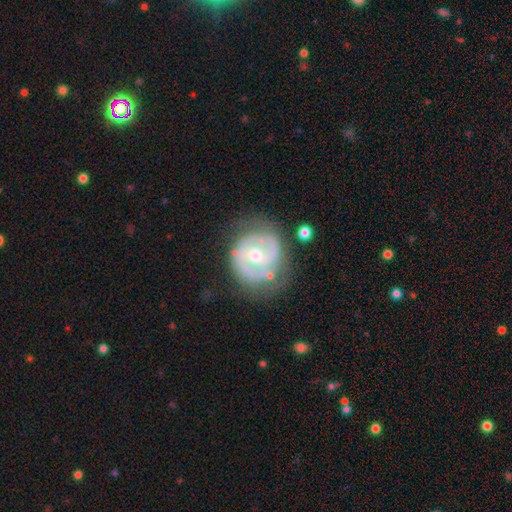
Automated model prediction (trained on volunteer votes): smooth_or_featured: featured or disk (p=0.83) [alt: smooth p=0.12]
disk_edge_on: no (p=0.98) [alt: yes p=0.02]
bar: no (p=0.53) [alt: weak p=0.37]
has_spiral_arms: yes (p=0.89) [alt: no p=0.11]
spiral_winding: tight (p=0.54) [alt: medium p=0.36]
spiral_arm_count: 2 (p=0.71) [alt: can't tell p=0.14]
bulge_size: moderate (p=0.64) [alt: small p=0.31]
merging: none (p=0.68) [alt: minor disturbance p=0.20]